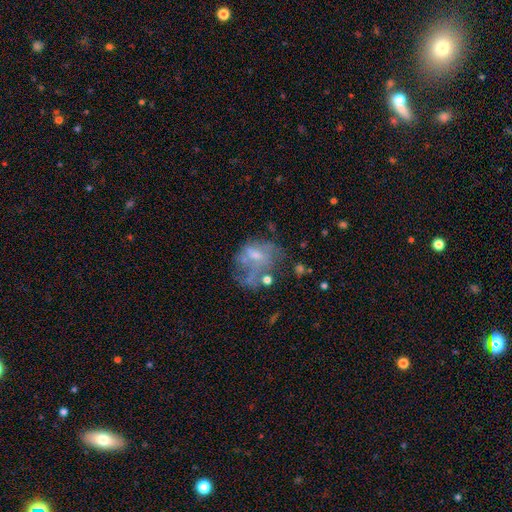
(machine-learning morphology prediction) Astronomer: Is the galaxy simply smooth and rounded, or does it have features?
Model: featured or disk — 50% (runner-up: smooth, 36%).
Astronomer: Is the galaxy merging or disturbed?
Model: major disturbance — 38% (runner-up: none, 28%).